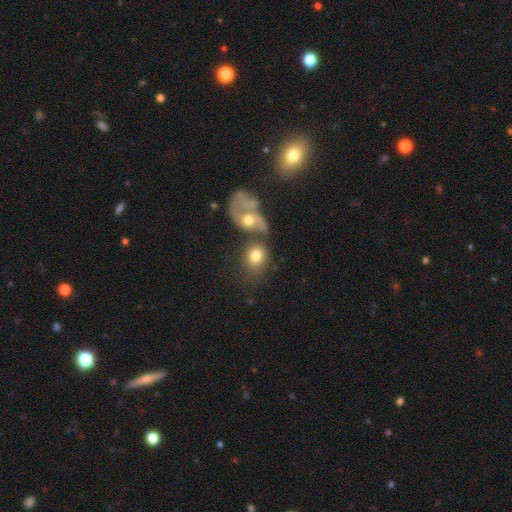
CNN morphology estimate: Overall: smooth (72%). How rounded: round (50%; in between 49%). Merging: merger (45%; none 31%).